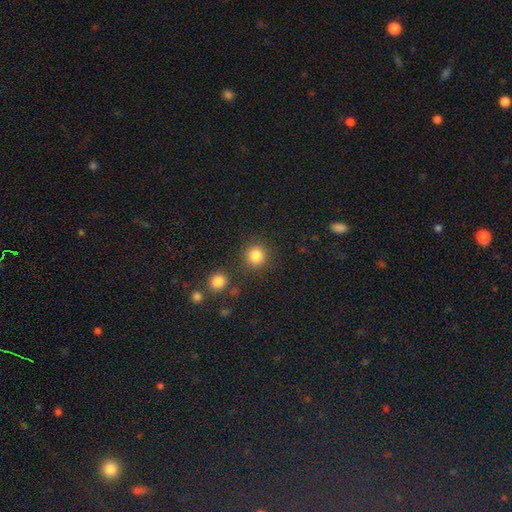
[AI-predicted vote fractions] The model was most divided on "smooth or featured": smooth: 85%, star or artifact: 11%, featured or disk: 4%. More confident: how rounded — round (92%); merging — none (85%).